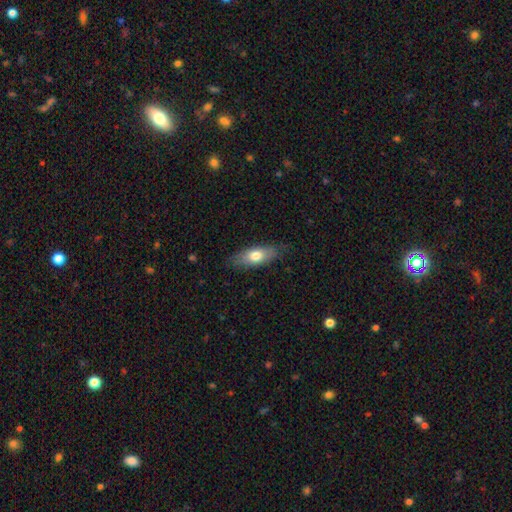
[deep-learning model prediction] A smooth galaxy with no disk features (69%) that is in between round and cigar-shaped (75%). Merging: none (78%).